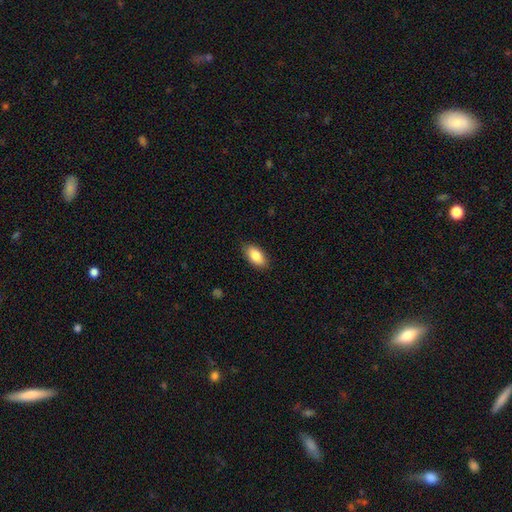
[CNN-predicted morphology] Smooth or featured: smooth — 85% (featured or disk — 9%)
How rounded: in between — 92% (cigar-shaped — 4%)
Merging: none — 86% (minor disturbance — 10%)